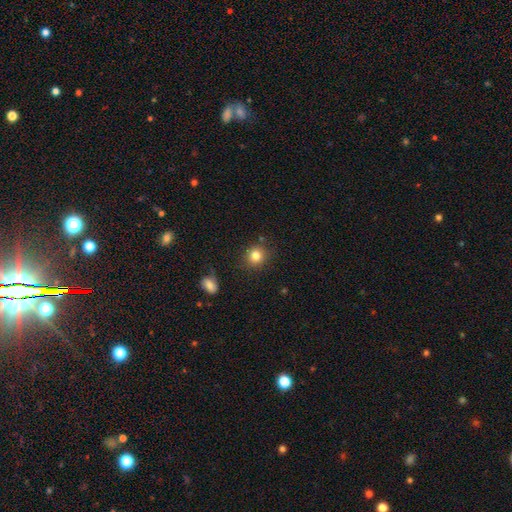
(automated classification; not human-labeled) Morphology: type=smooth (83%); roundness=round (87%); merging=none (84%).